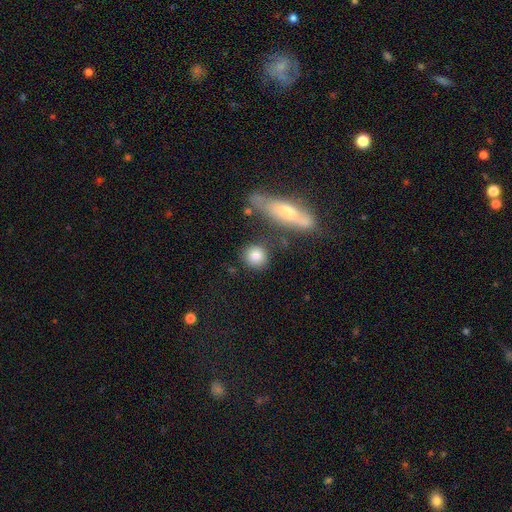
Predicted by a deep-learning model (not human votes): The model was most divided on "merging": none: 77%, minor disturbance: 11%, merger: 9%, major disturbance: 4%. More confident: how rounded — round (85%); smooth or featured — smooth (82%).